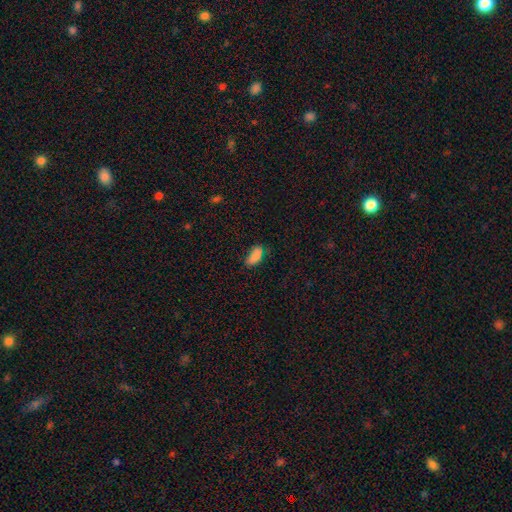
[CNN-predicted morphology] This is clearly a smooth galaxy (83%). How rounded: clearly in between (90%). Merging: possibly none (59%).